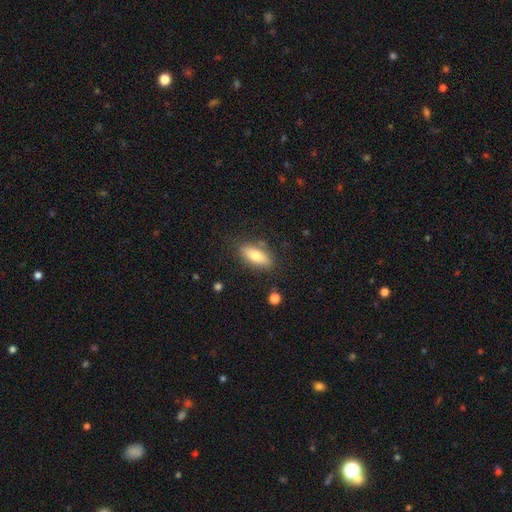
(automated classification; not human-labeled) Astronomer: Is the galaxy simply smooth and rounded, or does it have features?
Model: smooth — 74%.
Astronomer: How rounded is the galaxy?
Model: in between — 77%.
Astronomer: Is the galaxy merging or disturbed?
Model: none — 82%.